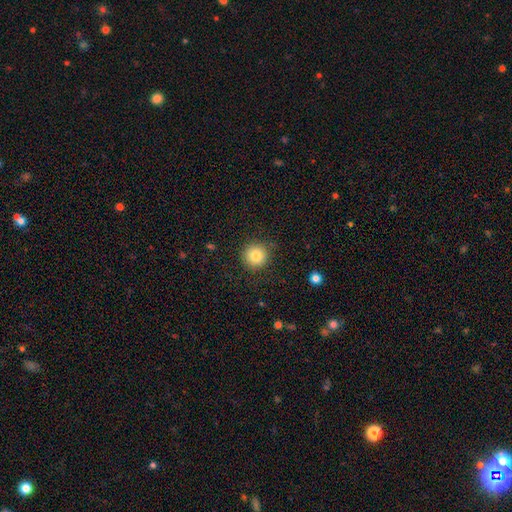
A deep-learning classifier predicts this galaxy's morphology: smooth 83%, star or artifact 10%, featured or disk 7%. Down the decision tree: how rounded — round (95%); merging — none (88%).